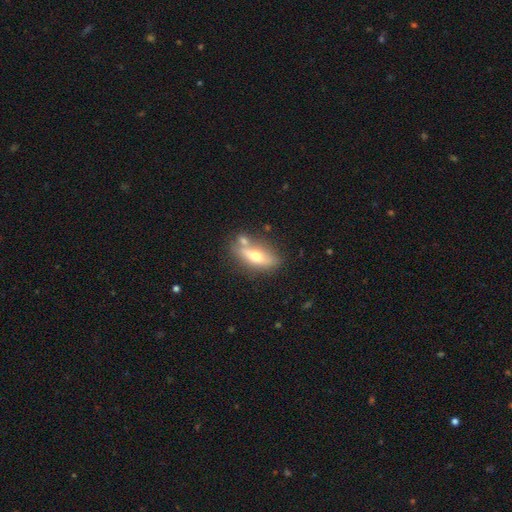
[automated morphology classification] Smooth or featured? smooth (50%)
How rounded? in between (60%)
Merging? none (62%)